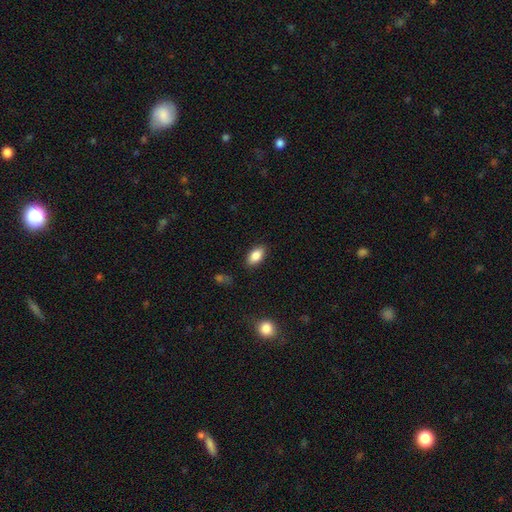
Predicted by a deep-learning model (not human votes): Smooth or featured? smooth (86%)
How rounded? in between (91%)
Merging? none (86%)